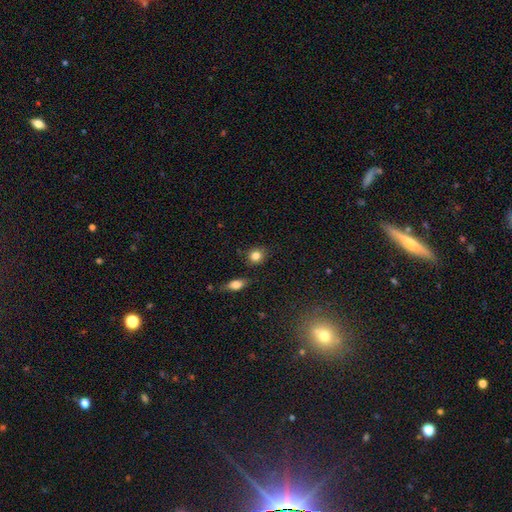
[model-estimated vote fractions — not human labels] This is clearly a smooth galaxy (84%). How rounded: likely round (77%). Merging: clearly none (82%).